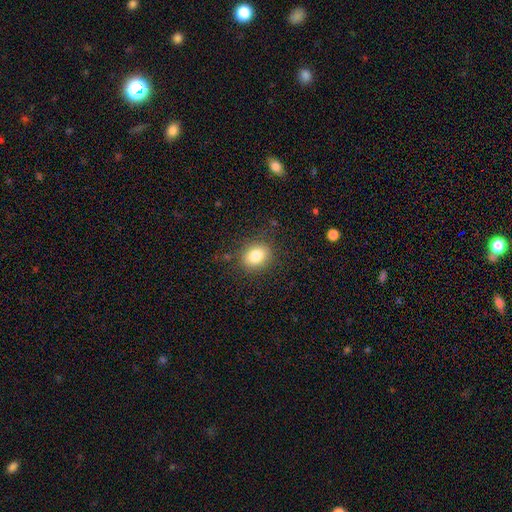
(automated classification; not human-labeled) smooth_or_featured: smooth (p=0.82) [alt: star or artifact p=0.10]
how_rounded: round (p=0.53) [alt: in between p=0.46]
merging: none (p=0.84) [alt: minor disturbance p=0.11]